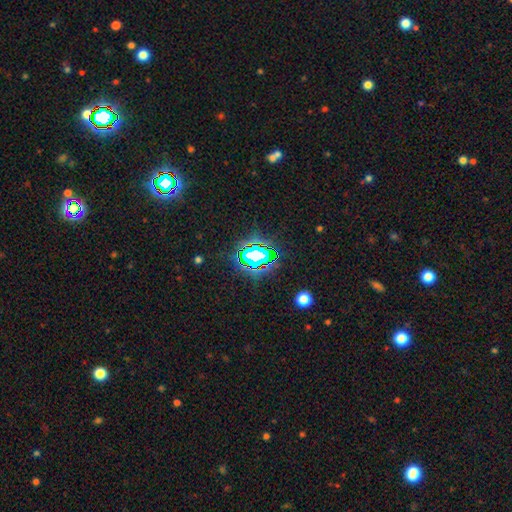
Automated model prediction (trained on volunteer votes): Smooth or featured? Predicted: star or artifact (p=0.73).